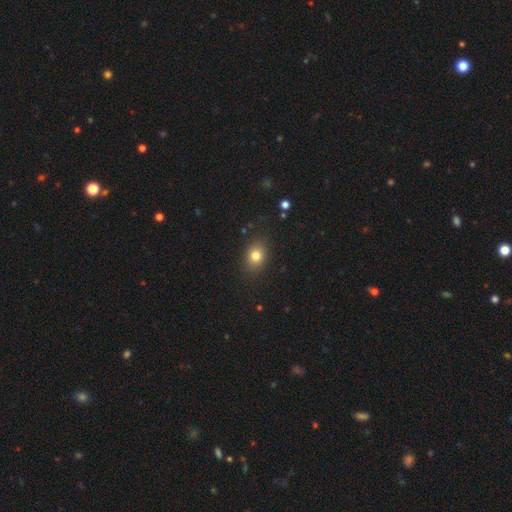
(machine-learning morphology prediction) Smooth or featured: smooth — 79% (star or artifact — 12%)
How rounded: in between — 56% (round — 43%)
Merging: none — 85% (minor disturbance — 11%)